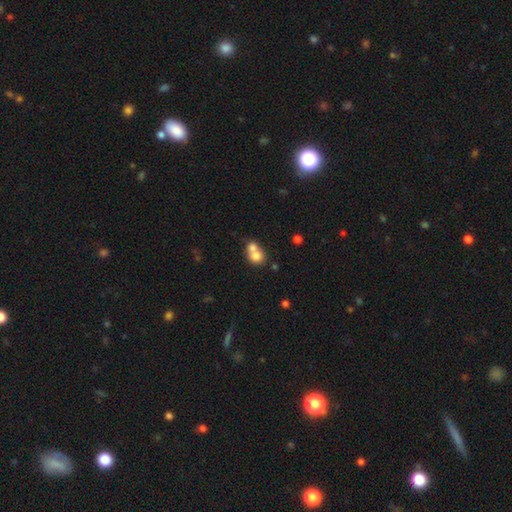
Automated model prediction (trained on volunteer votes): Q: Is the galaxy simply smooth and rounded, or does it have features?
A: smooth — 75%.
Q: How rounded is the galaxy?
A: round — 73%.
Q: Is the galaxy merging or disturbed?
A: merger — 67%.